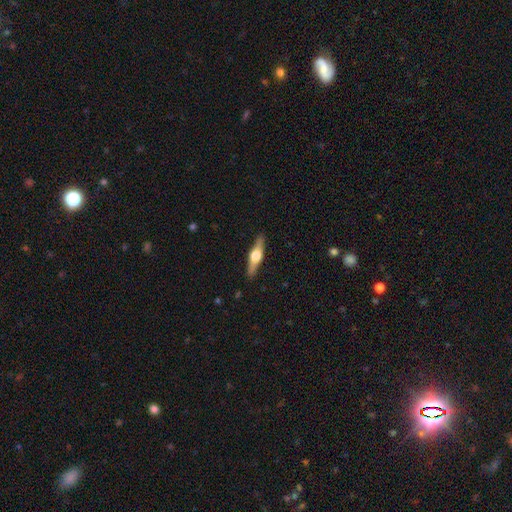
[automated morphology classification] smooth_or_featured: featured or disk (p=0.63) [alt: smooth p=0.32]
disk_edge_on: yes (p=0.96) [alt: no p=0.04]
edge_on_bulge: rounded (p=0.94) [alt: boxy p=0.04]
merging: none (p=0.90) [alt: minor disturbance p=0.08]